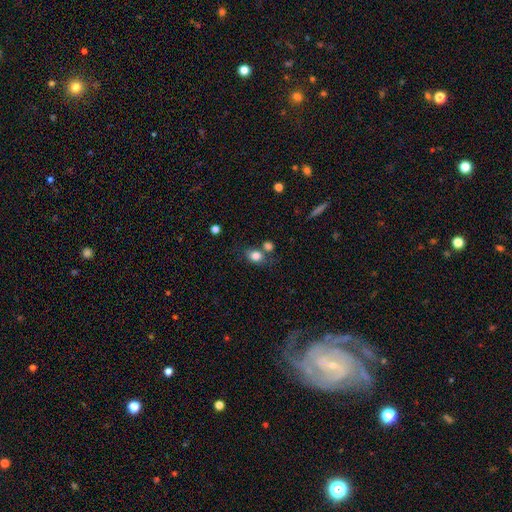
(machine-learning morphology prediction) This is clearly a smooth galaxy (81%). How rounded: possibly round (49%, tied with in between). Merging: possibly none (54%).